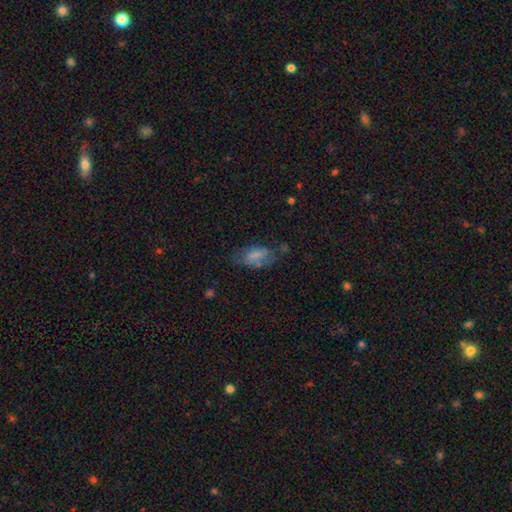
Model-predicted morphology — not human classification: Overall: smooth (70%). How rounded: in between (86%). Merging: none (52%; minor disturbance 27%).